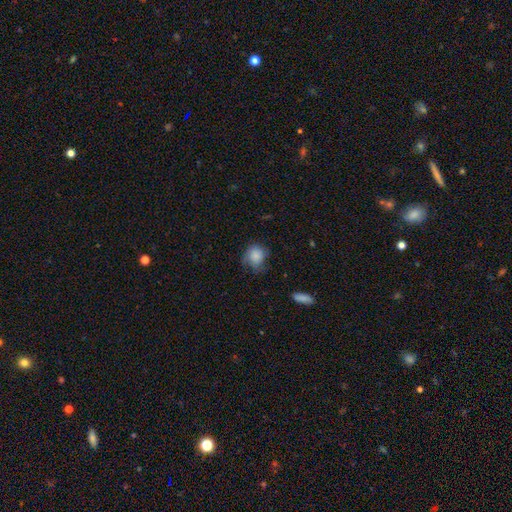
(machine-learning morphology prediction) A smooth galaxy with no disk features (81%) that is round (75%).

Vote fractions:
- Smooth or featured? smooth: 81% / featured or disk: 11% / star or artifact: 8%
- How rounded? round: 75% / in between: 24% / cigar-shaped: 1%
- Merging? none: 52% / minor disturbance: 32% / major disturbance: 15% / merger: 2%